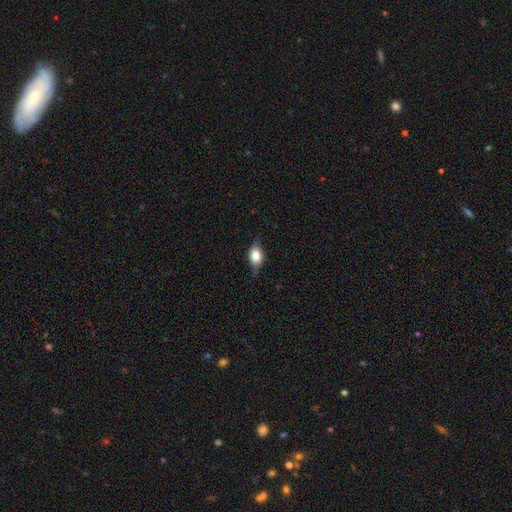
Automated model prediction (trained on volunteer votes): Smooth or featured? smooth (64%)
How rounded? in between (70%)
Merging? none (67%)